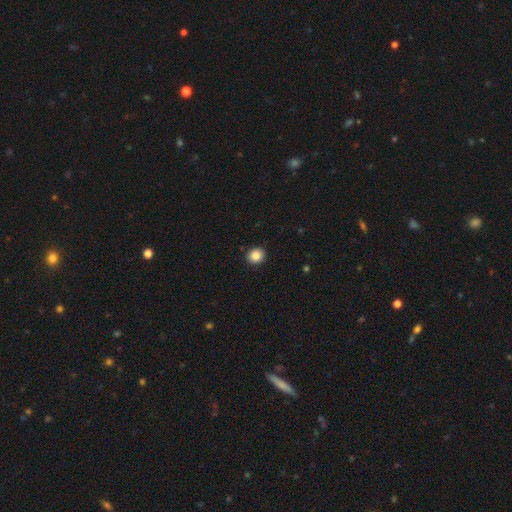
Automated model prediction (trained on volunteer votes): Smooth or featured?
  - smooth: 86% *
  - star or artifact: 10%
  - featured or disk: 4%
How rounded?
  - round: 86% *
  - in between: 13%
  - cigar-shaped: 1%
Merging?
  - none: 92% *
  - minor disturbance: 5%
  - major disturbance: 2%
  - merger: 1%